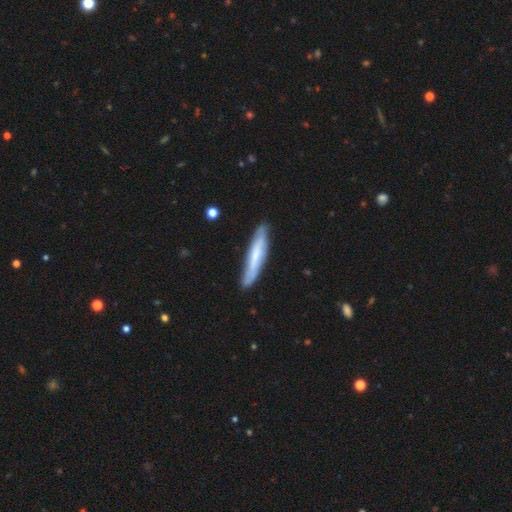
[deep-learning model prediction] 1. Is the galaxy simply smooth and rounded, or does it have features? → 52% smooth, 42% featured or disk, 6% star or artifact.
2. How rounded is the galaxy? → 89% cigar-shaped, 10% in between, 1% round.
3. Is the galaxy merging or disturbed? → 82% none, 13% minor disturbance, 2% major disturbance, 2% merger.